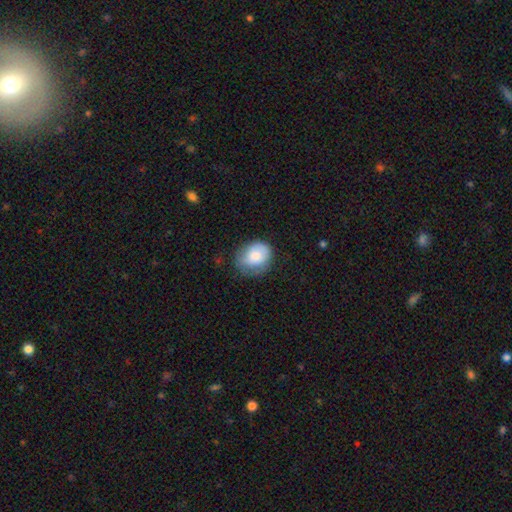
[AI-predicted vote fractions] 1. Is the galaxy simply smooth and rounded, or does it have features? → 78% smooth, 15% featured or disk, 7% star or artifact.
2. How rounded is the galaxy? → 50% round, 49% in between, 1% cigar-shaped.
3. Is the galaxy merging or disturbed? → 55% none, 32% minor disturbance, 11% major disturbance, 1% merger.